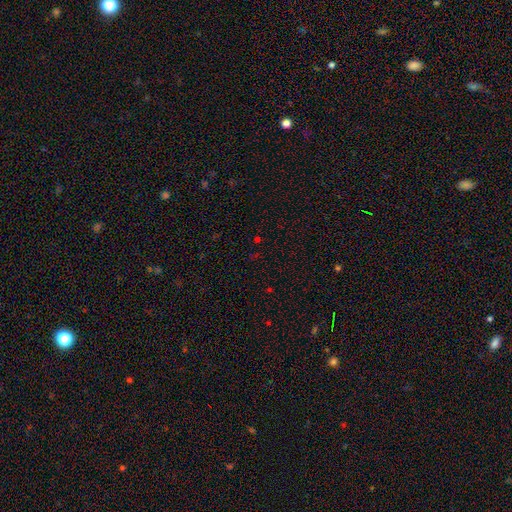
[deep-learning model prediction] A star or artifact, not a galaxy (67%).